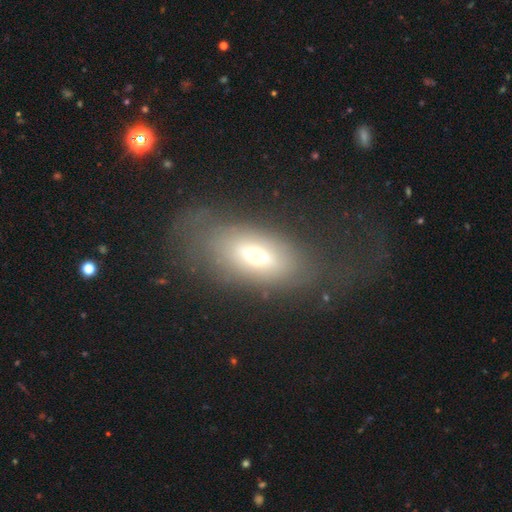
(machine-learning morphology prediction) This appears to be a smooth galaxy with no disk features (54%) that is in between round and cigar-shaped (84%). Merging: none (46%).